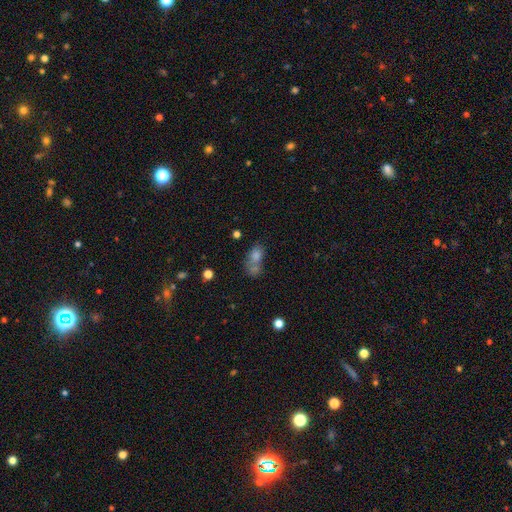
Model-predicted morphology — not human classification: The model was most divided on "merging": merger: 48%, none: 30%, minor disturbance: 12%, major disturbance: 10%. More confident: smooth or featured — smooth (69%); how rounded — in between (68%).